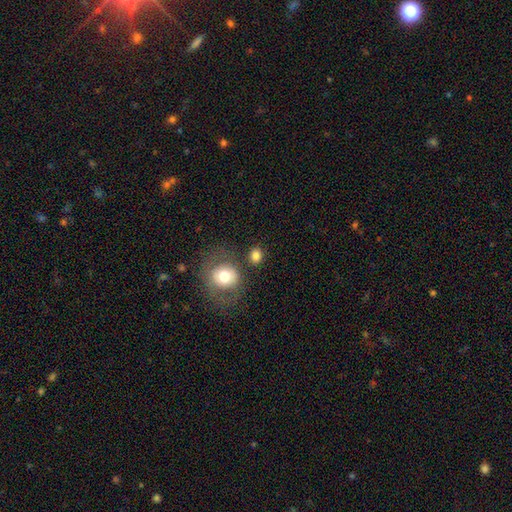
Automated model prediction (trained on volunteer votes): A smooth galaxy with no disk features (81%) that is round (76%). Merging: none (74%).